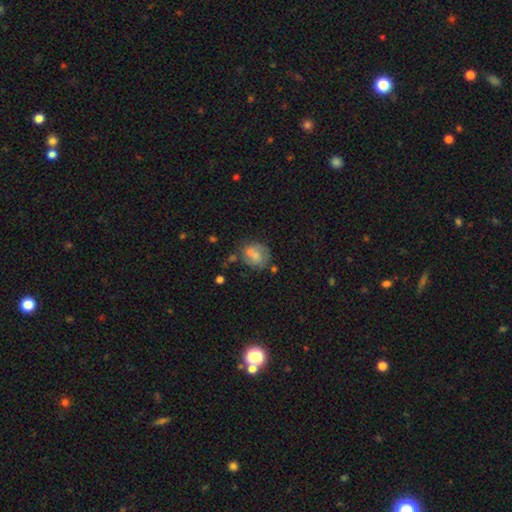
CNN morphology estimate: A smooth galaxy with no disk features (49%).

Vote fractions:
- Smooth or featured? smooth: 49% / featured or disk: 37% / star or artifact: 14%
- Merging? none: 56% / minor disturbance: 22% / merger: 13% / major disturbance: 9%